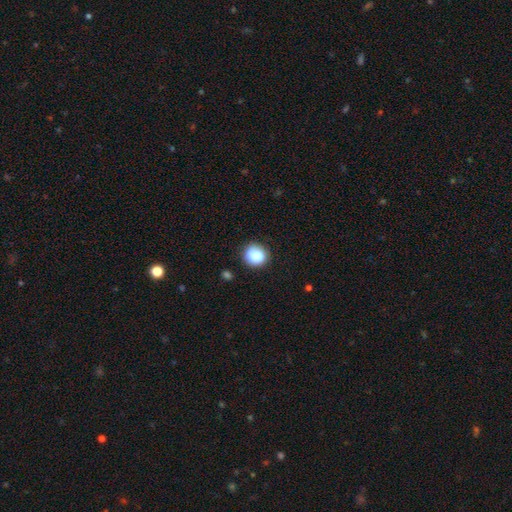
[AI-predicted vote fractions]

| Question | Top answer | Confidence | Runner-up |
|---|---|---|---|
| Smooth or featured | smooth | 87% | star or artifact (8%) |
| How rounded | round | 88% | in between (11%) |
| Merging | none | 85% | minor disturbance (11%) |